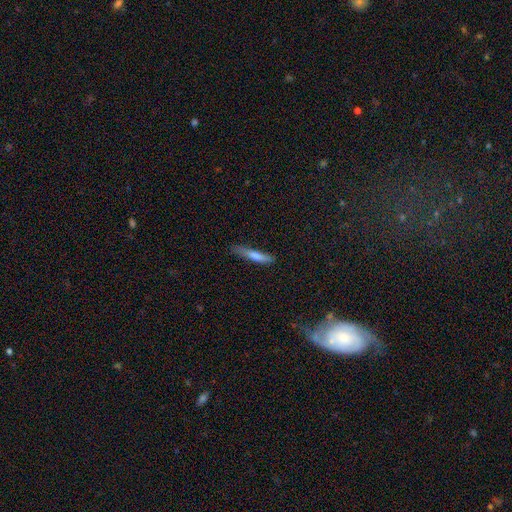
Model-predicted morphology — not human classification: type=smooth (62%); roundness=cigar-shaped (91%); merging=none (73%).